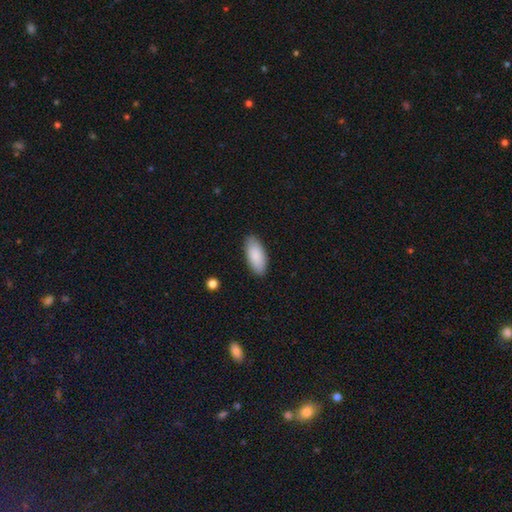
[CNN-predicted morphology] A smooth galaxy with no disk features (89%) that is in between round and cigar-shaped (88%).

Vote fractions:
- Smooth or featured? smooth: 89% / featured or disk: 6% / star or artifact: 5%
- How rounded? in between: 88% / cigar-shaped: 11% / round: 2%
- Merging? none: 88% / minor disturbance: 9% / major disturbance: 2% / merger: 1%